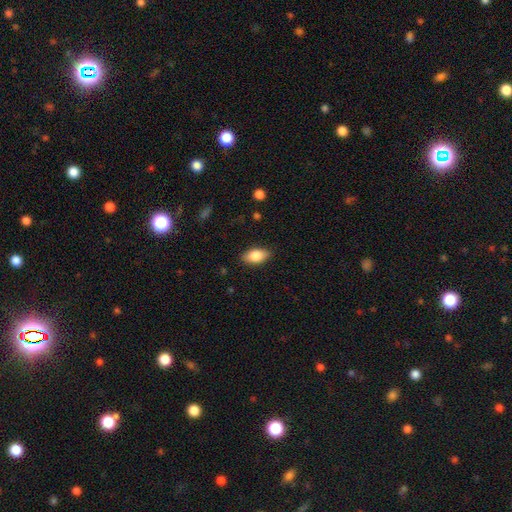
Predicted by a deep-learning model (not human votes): This appears to be a smooth galaxy with no disk features (82%) that is in between round and cigar-shaped (90%). Merging: none (86%).